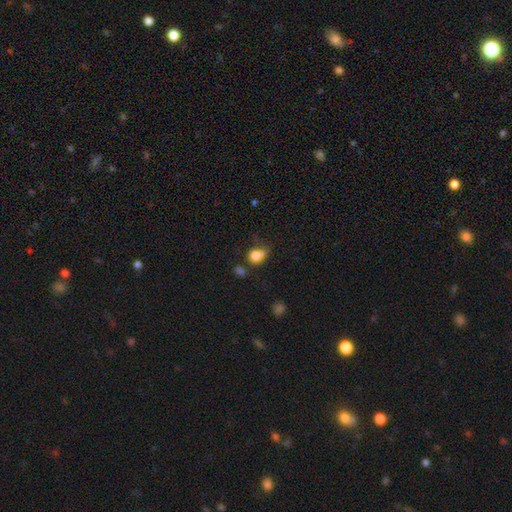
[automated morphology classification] Smooth or featured: smooth — 80% (star or artifact — 11%)
How rounded: in between — 51% (round — 48%)
Merging: none — 37% (minor disturbance — 31%)